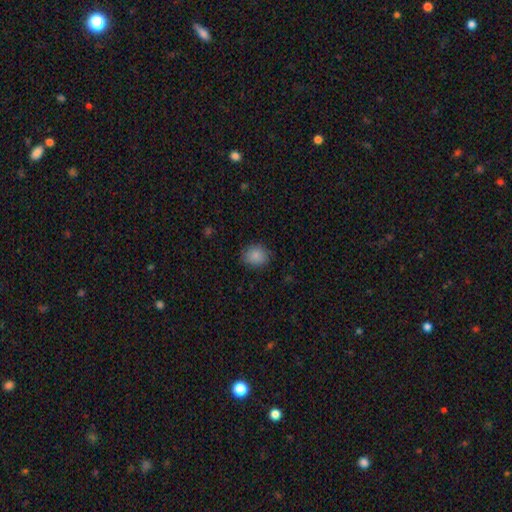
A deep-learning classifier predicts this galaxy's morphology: This appears to be a smooth galaxy with no disk features (87%) that is round (60%). Merging: none (84%).